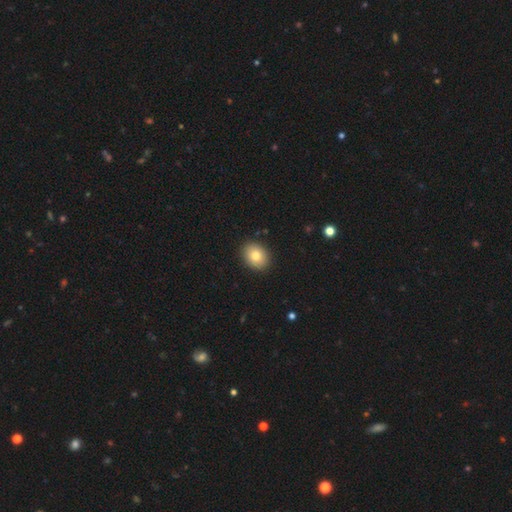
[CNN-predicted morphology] Smooth or featured: smooth — 79% (featured or disk — 12%)
How rounded: round — 51% (in between — 48%)
Merging: none — 91% (minor disturbance — 7%)